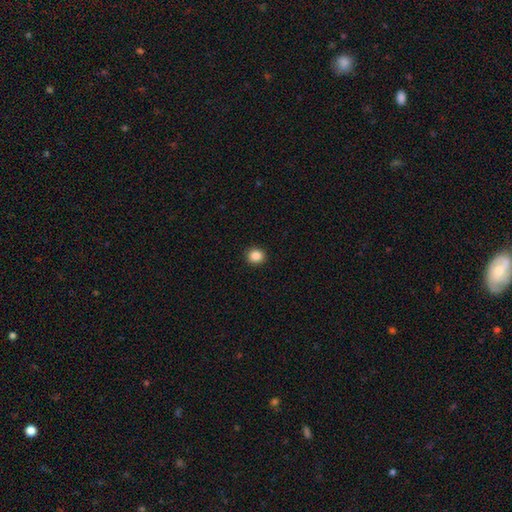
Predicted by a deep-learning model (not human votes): smooth_or_featured: smooth (p=0.87) [alt: star or artifact p=0.10]
how_rounded: round (p=0.84) [alt: in between p=0.15]
merging: none (p=0.92) [alt: minor disturbance p=0.05]